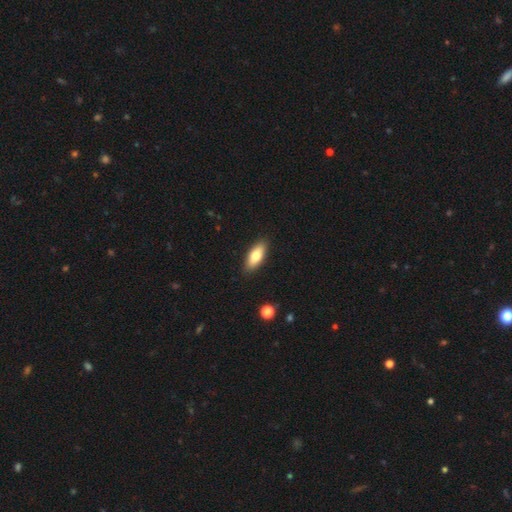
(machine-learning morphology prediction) This is likely a smooth galaxy (75%). How rounded: likely in between (78%). Merging: clearly none (89%).